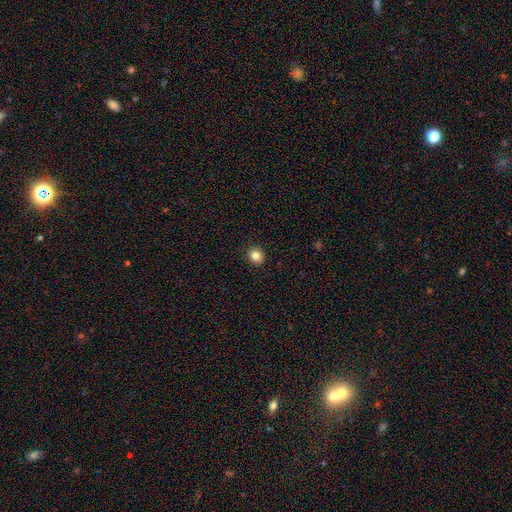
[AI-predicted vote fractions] A smooth galaxy with no disk features (84%) that is round (76%).

Vote fractions:
- Smooth or featured? smooth: 84% / star or artifact: 11% / featured or disk: 5%
- How rounded? round: 76% / in between: 23% / cigar-shaped: 1%
- Merging? none: 92% / minor disturbance: 5% / major disturbance: 2% / merger: 1%